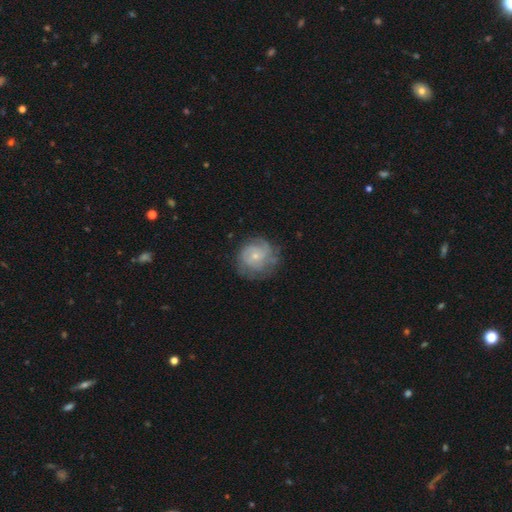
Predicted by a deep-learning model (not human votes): The model was most divided on "spiral arm count": can't tell: 44%, 3: 18%, 2: 18%, 4: 10%, 1: 6%, more than 4: 5%. More confident: edge-on disk — no (98%); spiral arms — yes (84%); bar — no (79%); bulge size — small (73%); merging — none (68%); smooth or featured — featured or disk (63%); spiral winding — tight (58%).